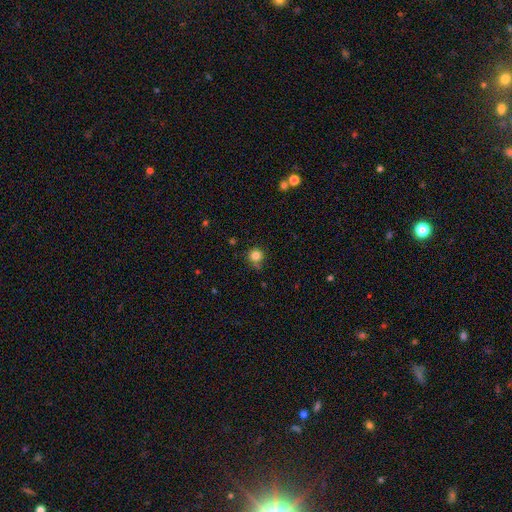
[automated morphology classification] Overall: smooth (83%). How rounded: round (93%). Merging: none (72%).